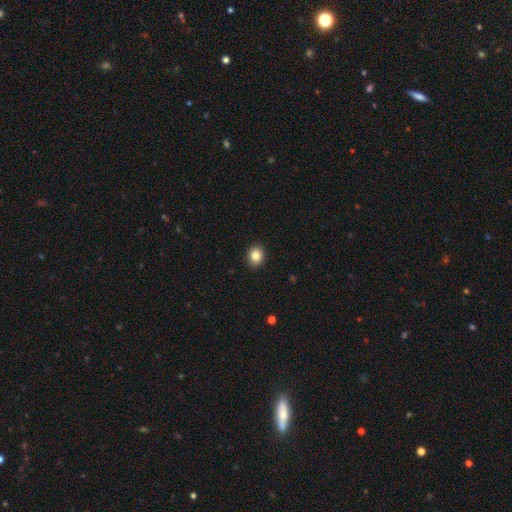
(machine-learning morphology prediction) smooth_or_featured: smooth (p=0.85) [alt: star or artifact p=0.10]
how_rounded: round (p=0.70) [alt: in between p=0.29]
merging: none (p=0.92) [alt: minor disturbance p=0.06]